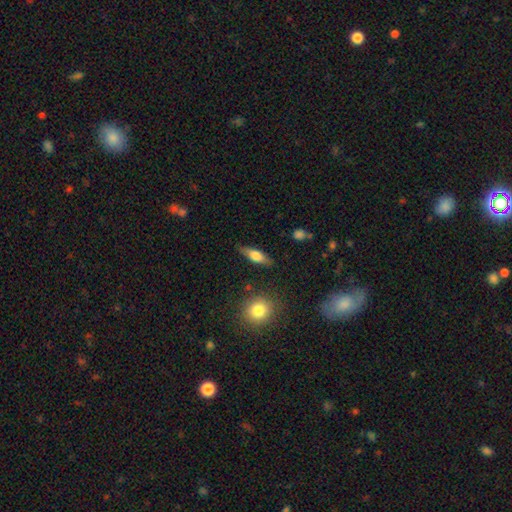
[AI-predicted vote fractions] This appears to be a smooth galaxy with no disk features (55%) that is in between round and cigar-shaped (53%). Merging: none (83%).